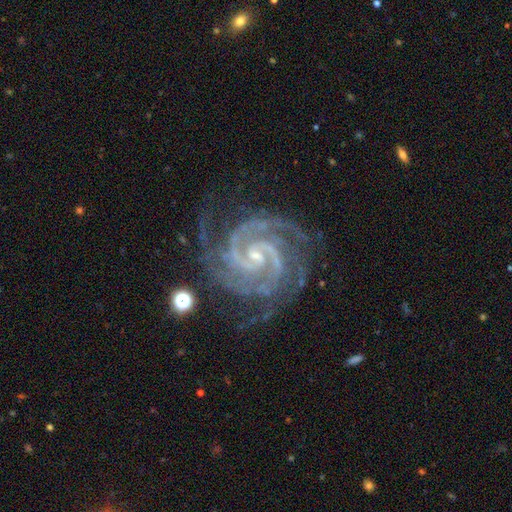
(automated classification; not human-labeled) A featured or disk galaxy (94%) with a weak bar (43%), 2 (51%) tight (71%) spiral arms (99%) and a small central bulge (75%).

Vote fractions:
- Smooth or featured? featured or disk: 94% / star or artifact: 5% / smooth: 2%
- Edge-on disk? no: 98% / yes: 2%
- Bar? weak: 43% / no: 37% / strong: 20%
- Spiral arms? yes: 99% / no: 1%
- Spiral winding? tight: 71% / medium: 27% / loose: 2%
- Spiral arm count? 2: 51% / 3: 22% / 4: 10% / can't tell: 7% / more than 4: 6% / 1: 5%
- Bulge size? small: 75% / moderate: 18% / none: 5% / large: 1% / dominant: 1%
- Merging? none: 74% / minor disturbance: 18% / major disturbance: 7% / merger: 2%